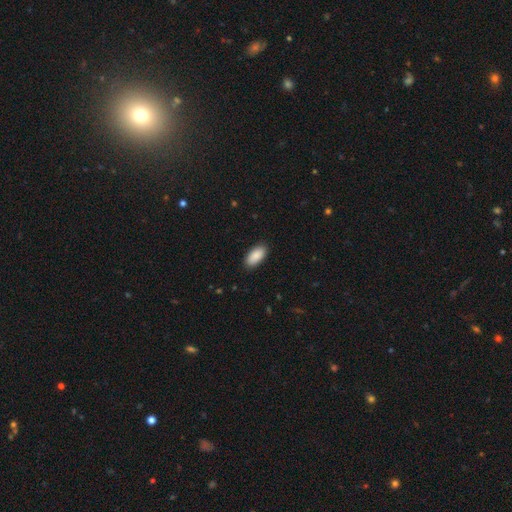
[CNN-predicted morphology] A smooth galaxy with no disk features (89%) that is in between round and cigar-shaped (92%).

Vote fractions:
- Smooth or featured? smooth: 89% / star or artifact: 6% / featured or disk: 4%
- How rounded? in between: 92% / cigar-shaped: 6% / round: 2%
- Merging? none: 88% / minor disturbance: 9% / major disturbance: 2% / merger: 1%